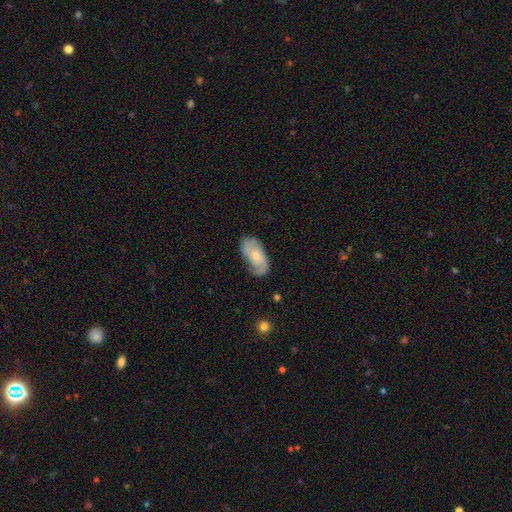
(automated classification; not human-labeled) Smooth or featured: featured or disk — 53% (smooth — 40%)
Edge-on disk: no — 94% (yes — 6%)
Merging: none — 64% (minor disturbance — 25%)